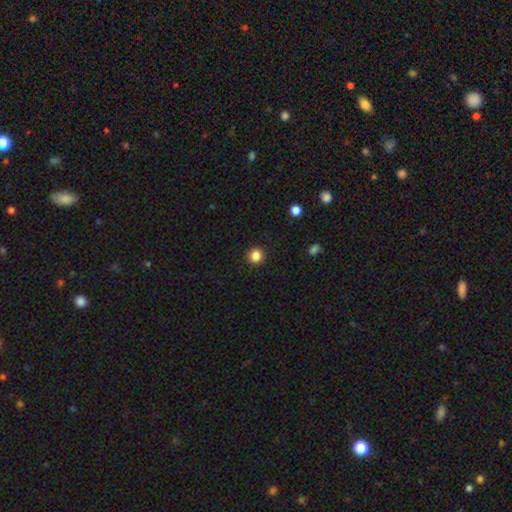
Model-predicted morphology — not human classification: Smooth or featured? Predicted: smooth (p=0.85). How rounded? Predicted: round (p=0.94). Merging? Predicted: none (p=0.93).